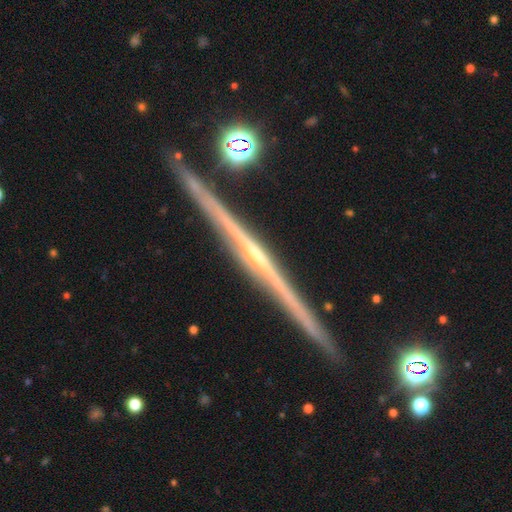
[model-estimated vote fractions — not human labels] This is clearly a featured or disk galaxy (88%). It is clearly viewed edge-on (99%). Edge-on bulge: possibly rounded (55%). Merging: clearly none (91%).